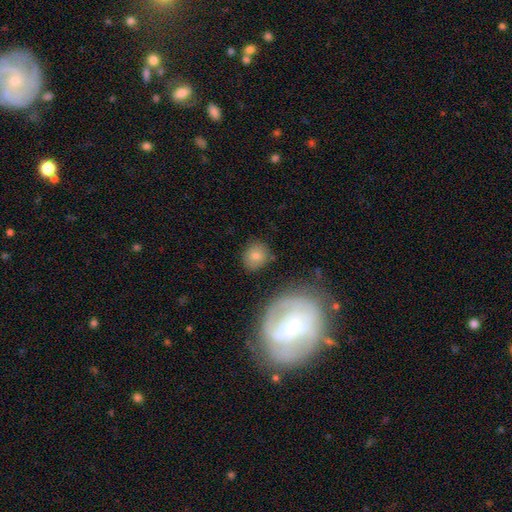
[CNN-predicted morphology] Smooth or featured? Predicted: smooth (p=0.76). How rounded? Predicted: round (p=0.77). Merging? Predicted: none (p=0.80).